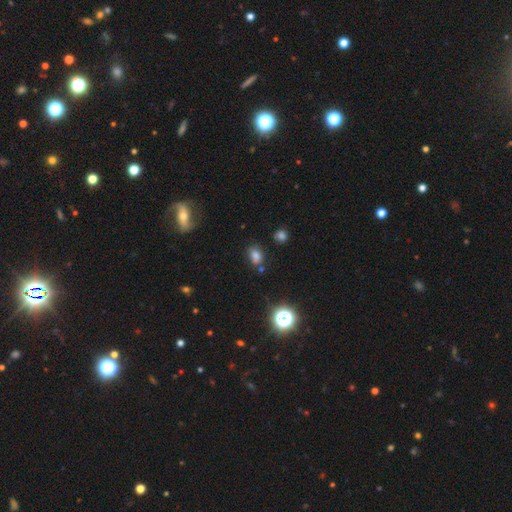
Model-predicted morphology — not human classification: Overall: smooth (70%). How rounded: in between (73%). Merging: none (68%).